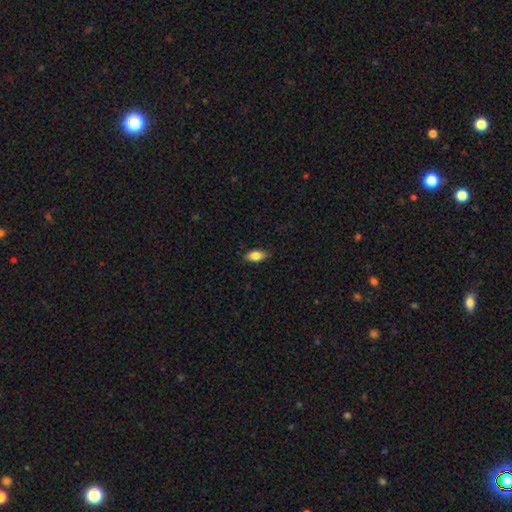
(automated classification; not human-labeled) This appears to be a smooth galaxy with no disk features (81%) that is in between round and cigar-shaped (87%). Merging: none (87%).